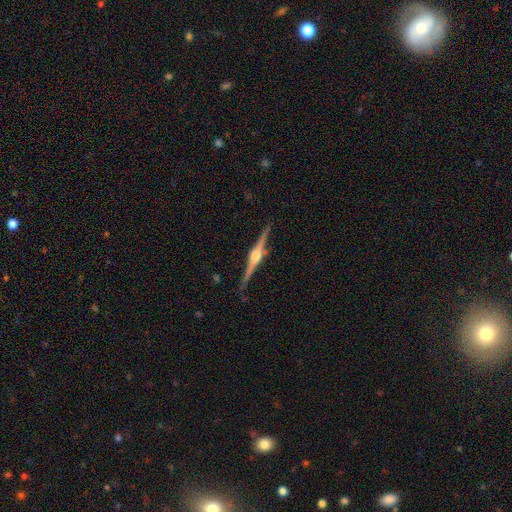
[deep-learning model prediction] Q: Smooth or featured?
A: featured or disk (88%); runner-up: smooth (7%)
Q: Edge-on disk?
A: yes (99%); runner-up: no (1%)
Q: Edge-on bulge?
A: rounded (94%); runner-up: boxy (4%)
Q: Merging?
A: none (88%); runner-up: minor disturbance (9%)